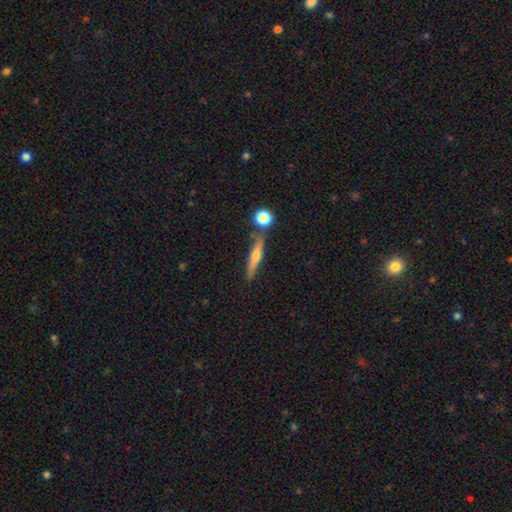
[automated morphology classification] A featured or disk galaxy (47%).

Vote fractions:
- Smooth or featured? featured or disk: 47% / smooth: 45% / star or artifact: 8%
- Merging? none: 75% / minor disturbance: 12% / merger: 10% / major disturbance: 3%